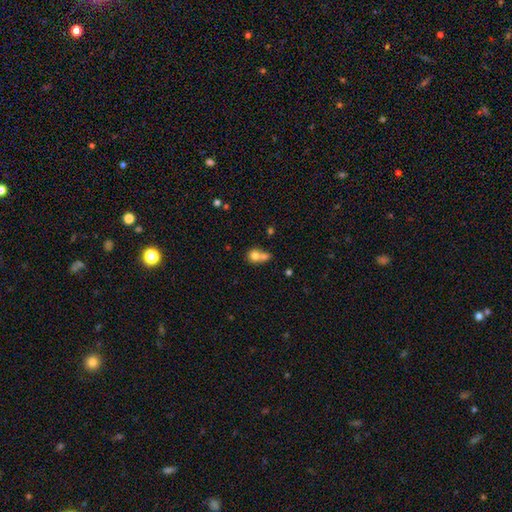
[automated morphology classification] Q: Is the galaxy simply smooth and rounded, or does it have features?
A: smooth — 73%.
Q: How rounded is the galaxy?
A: round — 74%.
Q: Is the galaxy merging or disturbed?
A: merger — 61%.